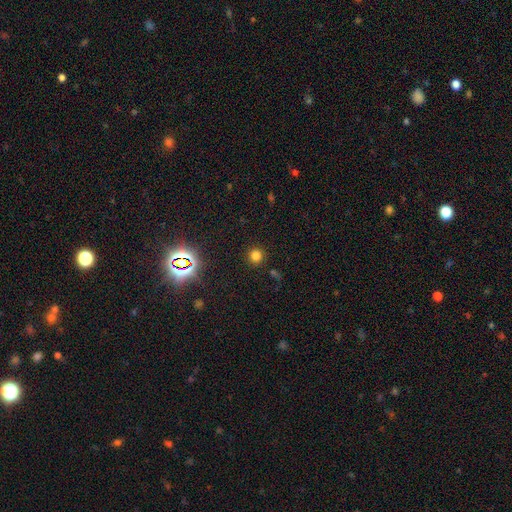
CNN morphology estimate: A smooth galaxy with no disk features (75%) that is round (93%). Merging: none (89%).